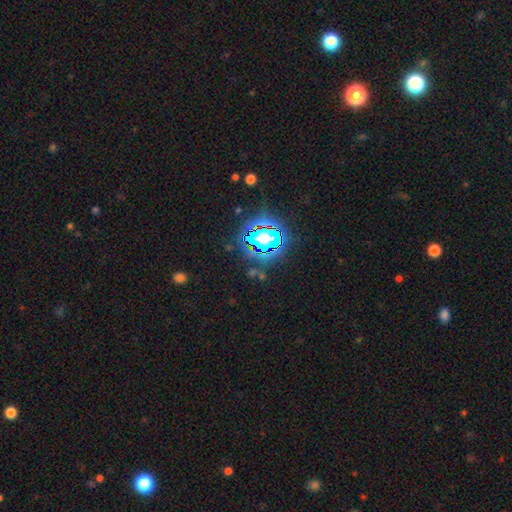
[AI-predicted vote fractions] Morphology: type=star or artifact (84%).